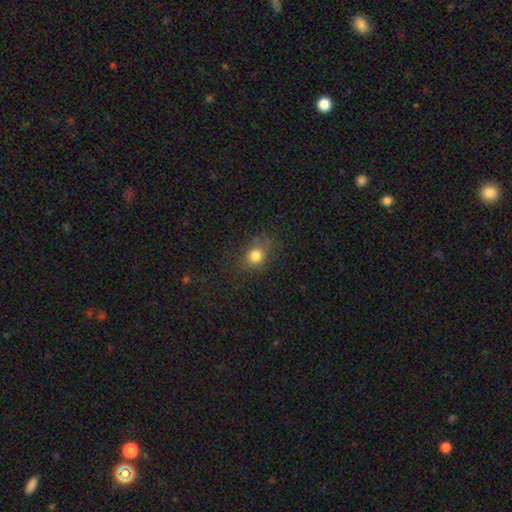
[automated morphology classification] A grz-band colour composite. It shows a smooth galaxy with no disk features (77%) that is round (59%). Merging: none (73%).